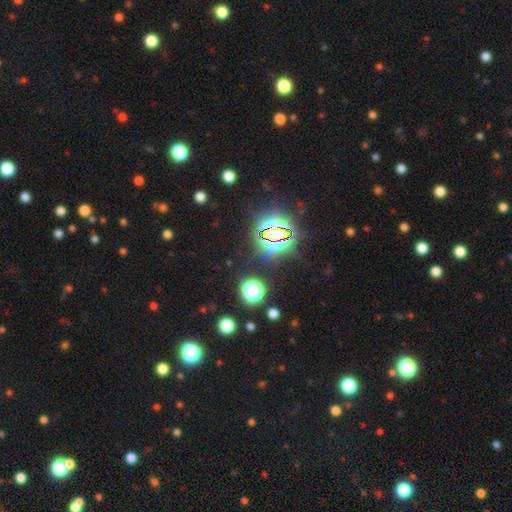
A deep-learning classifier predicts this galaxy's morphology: Smooth or featured?
  - star or artifact: 80% *
  - smooth: 14%
  - featured or disk: 7%